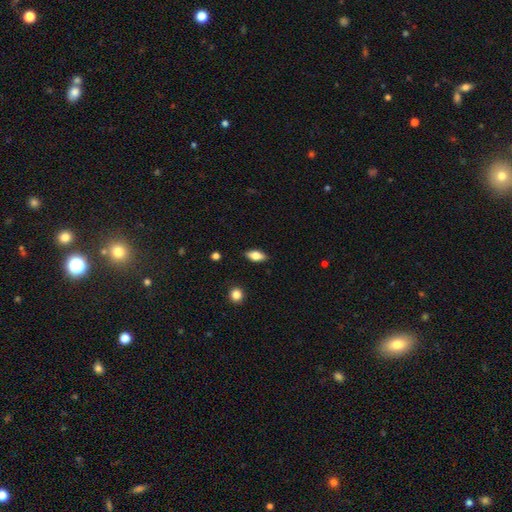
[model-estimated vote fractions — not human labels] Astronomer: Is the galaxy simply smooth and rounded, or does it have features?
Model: smooth — 71%.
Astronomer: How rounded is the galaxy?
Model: in between — 84%.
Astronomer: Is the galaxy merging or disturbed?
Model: none — 87%.